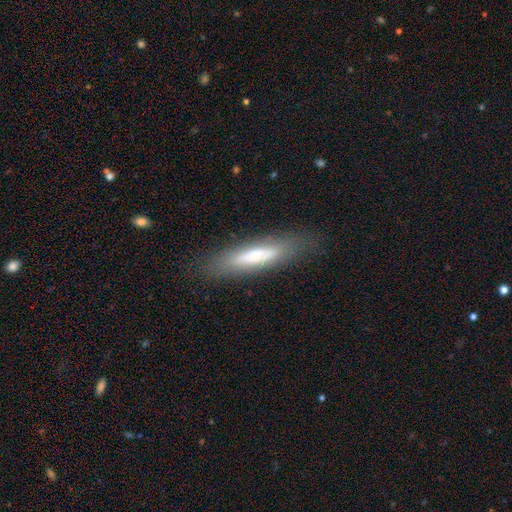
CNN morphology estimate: This is likely a smooth galaxy (64%). How rounded: likely cigar-shaped (79%). Merging: clearly none (81%).